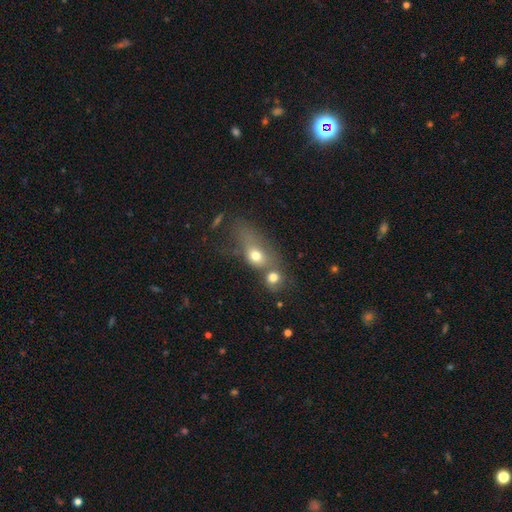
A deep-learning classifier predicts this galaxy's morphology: A smooth galaxy with no disk features (69%) that is in between round and cigar-shaped (55%). Merging: merger (54%).